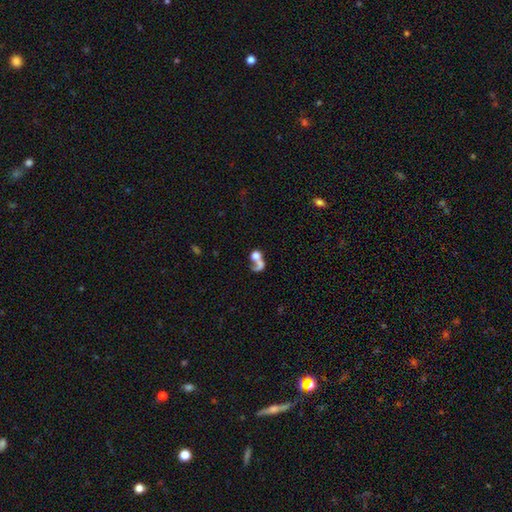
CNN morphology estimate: Smooth or featured: smooth — 54% (featured or disk — 33%)
How rounded: round — 61% (in between — 36%)
Merging: merger — 54% (none — 20%)